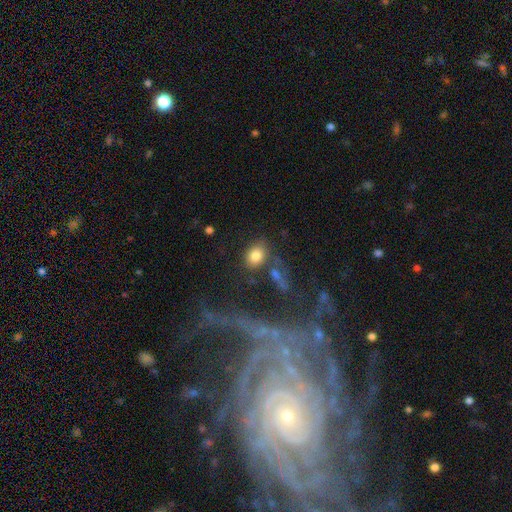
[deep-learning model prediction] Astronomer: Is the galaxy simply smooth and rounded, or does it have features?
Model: smooth — 80%.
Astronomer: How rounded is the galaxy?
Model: in between — 61% (runner-up: round, 37%).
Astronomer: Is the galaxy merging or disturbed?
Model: none — 64%.